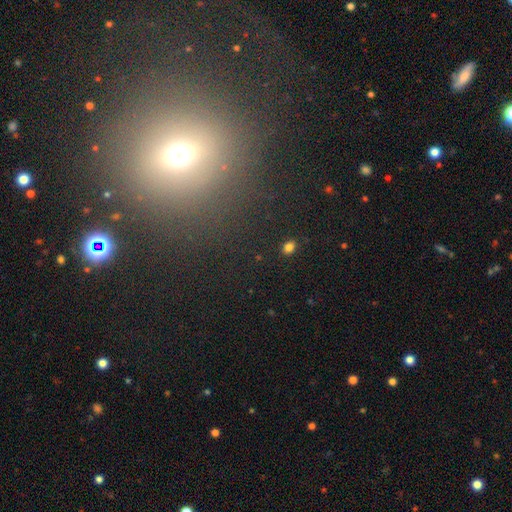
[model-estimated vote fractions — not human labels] This is possibly a star or artifact rather than a galaxy (47%).